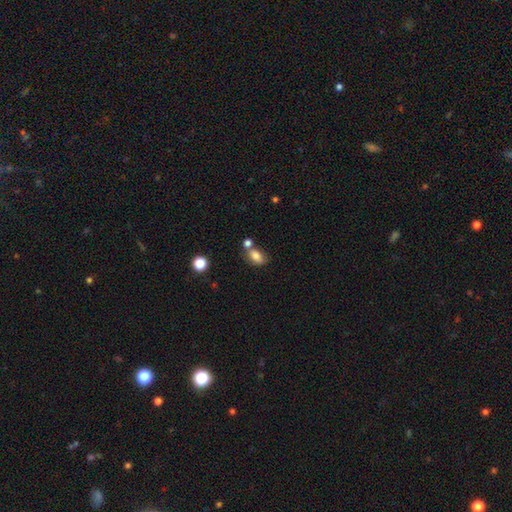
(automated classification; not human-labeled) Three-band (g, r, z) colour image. It shows a smooth galaxy with no disk features (80%) that is in between round and cigar-shaped (81%). Merging: none (53%).